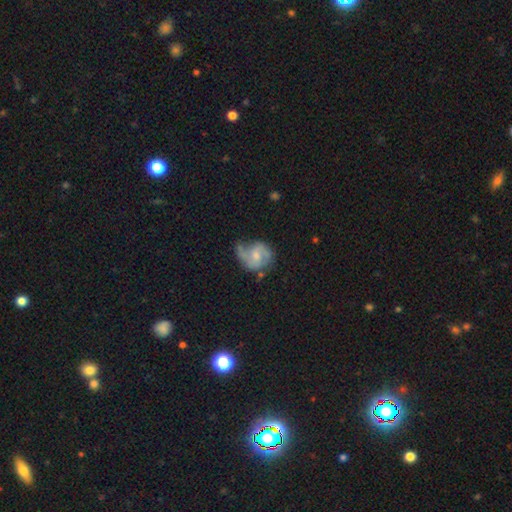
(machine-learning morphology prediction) Smooth or featured?
  - featured or disk: 72% *
  - smooth: 22%
  - star or artifact: 6%
Edge-on disk?
  - no: 98% *
  - yes: 2%
Bar?
  - no: 53% *
  - weak: 41%
  - strong: 6%
Spiral arms?
  - yes: 88% *
  - no: 12%
Spiral winding?
  - medium: 44% *
  - loose: 36%
  - tight: 20%
Spiral arm count?
  - 2: 67% *
  - 1: 13%
  - can't tell: 11%
  - 3: 6%
  - 4: 2%
  - more than 4: 2%
Bulge size?
  - moderate: 44% *
  - small: 43%
  - none: 8%
  - large: 3%
  - dominant: 1%
Merging?
  - none: 42% *
  - minor disturbance: 31%
  - major disturbance: 23%
  - merger: 4%